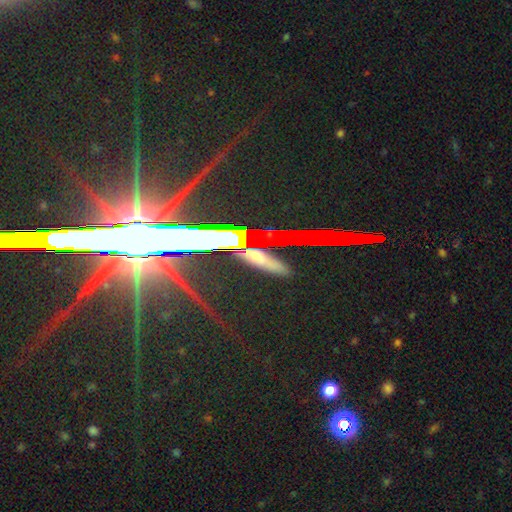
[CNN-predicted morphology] A star or artifact, not a galaxy (62%).